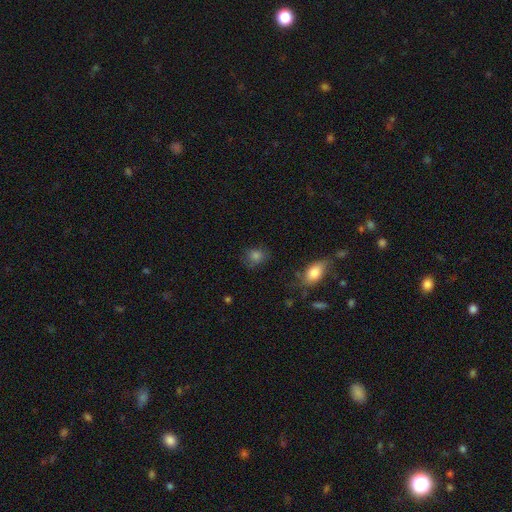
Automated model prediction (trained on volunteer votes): smooth-or-featured: smooth: 79% | star or artifact: 14% | featured or disk: 7%
  how-rounded: round: 66% | in between: 32% | cigar-shaped: 2%
  merging: none: 75% | minor disturbance: 16% | major disturbance: 5% | merger: 3%